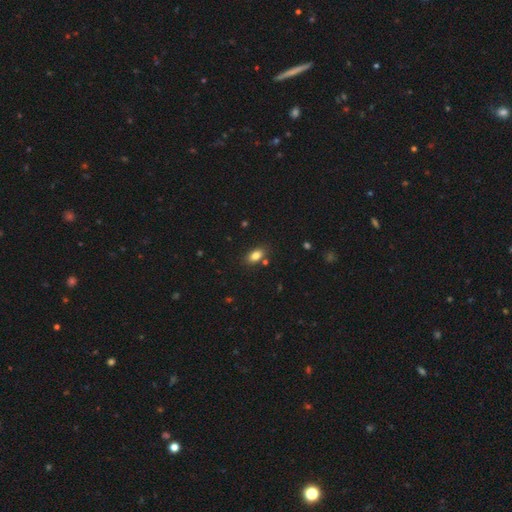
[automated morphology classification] Smooth or featured? smooth (83%)
How rounded? in between (89%)
Merging? none (82%)